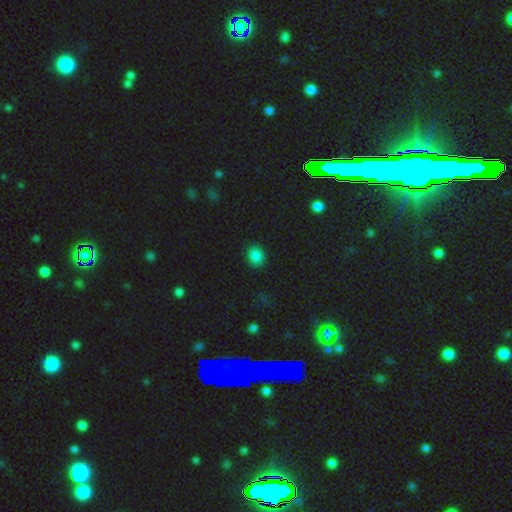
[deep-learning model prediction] Q: Smooth or featured?
A: smooth (83%); runner-up: star or artifact (13%)
Q: How rounded?
A: round (60%); runner-up: in between (39%)
Q: Merging?
A: none (89%); runner-up: minor disturbance (8%)